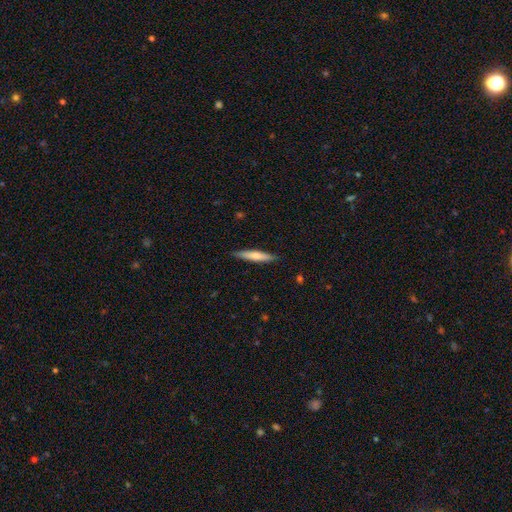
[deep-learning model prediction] This is likely a smooth galaxy (65%). How rounded: clearly cigar-shaped (89%). Merging: clearly none (88%).